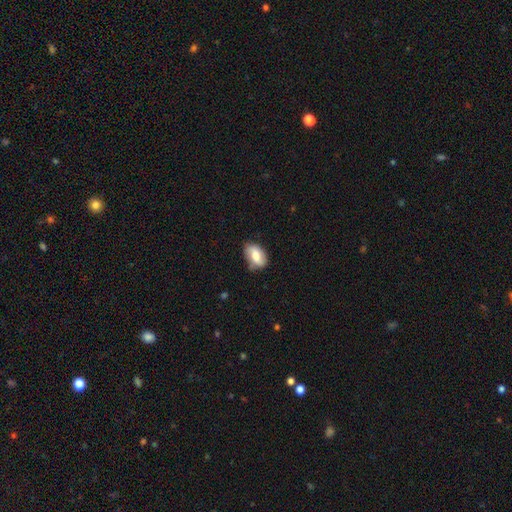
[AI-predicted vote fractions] A smooth galaxy with no disk features (67%) that is in between round and cigar-shaped (87%). Merging: none (65%).